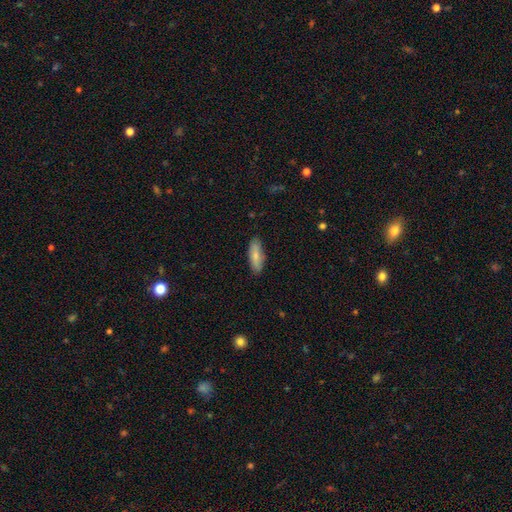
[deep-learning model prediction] Morphology: type=smooth (78%); roundness=in between (64%); merging=none (84%).